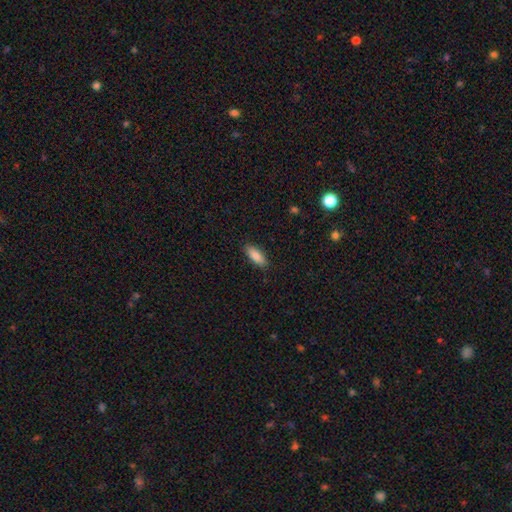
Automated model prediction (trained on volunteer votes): Smooth or featured: smooth — 84% (featured or disk — 9%)
How rounded: in between — 73% (cigar-shaped — 25%)
Merging: none — 88% (minor disturbance — 9%)